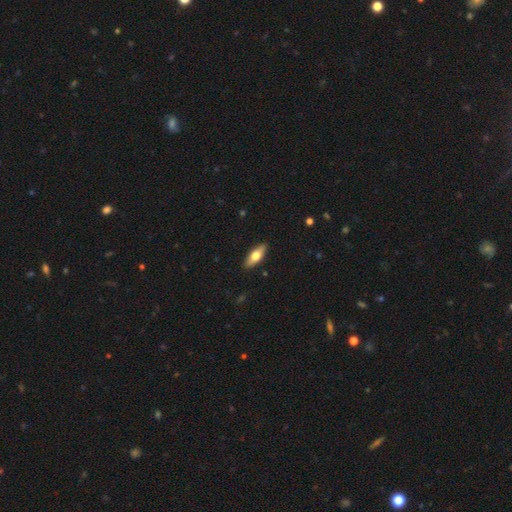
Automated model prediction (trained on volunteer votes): smooth_or_featured: smooth (p=0.63) [alt: featured or disk p=0.31]
how_rounded: in between (p=0.66) [alt: cigar-shaped p=0.32]
merging: none (p=0.89) [alt: minor disturbance p=0.08]